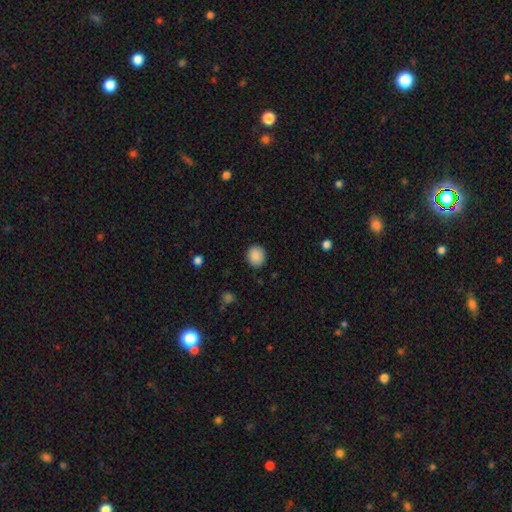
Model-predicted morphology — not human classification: type=smooth (89%); roundness=round (74%); merging=none (88%).